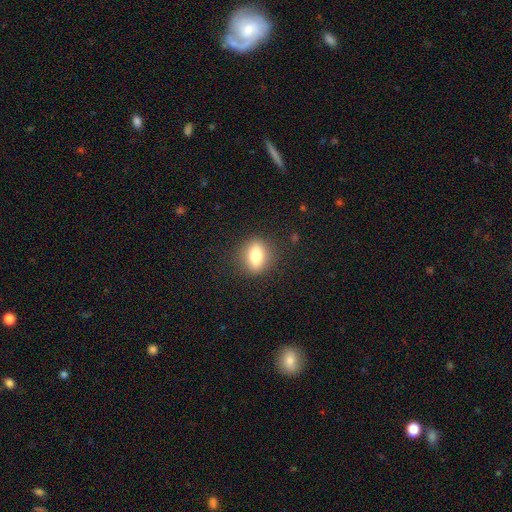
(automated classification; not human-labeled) Smooth or featured?
  - smooth: 73% *
  - featured or disk: 18%
  - star or artifact: 9%
How rounded?
  - in between: 61% *
  - round: 31%
  - cigar-shaped: 8%
Merging?
  - none: 86% *
  - minor disturbance: 10%
  - major disturbance: 3%
  - merger: 1%